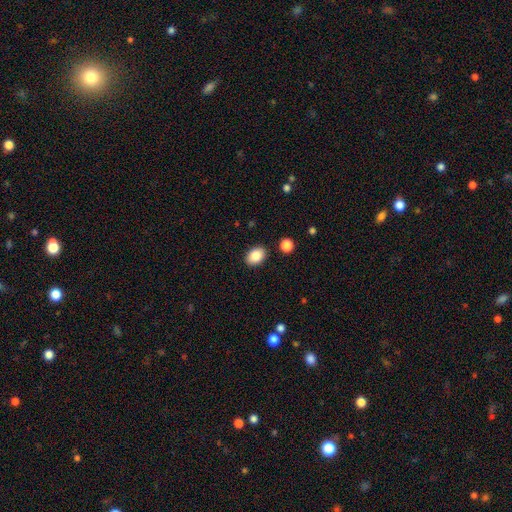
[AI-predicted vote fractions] Q: Smooth or featured?
A: smooth (87%); runner-up: star or artifact (8%)
Q: How rounded?
A: in between (77%); runner-up: round (22%)
Q: Merging?
A: none (89%); runner-up: minor disturbance (7%)